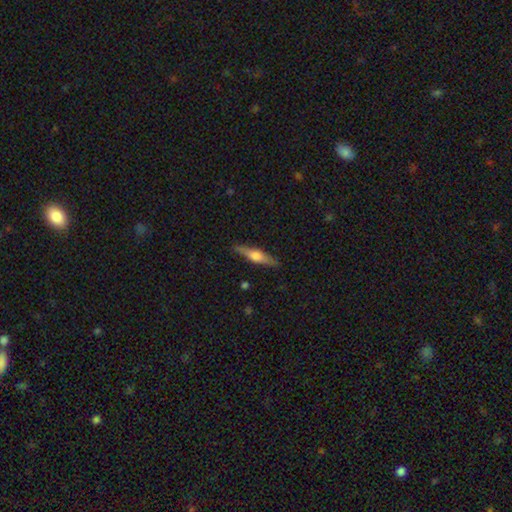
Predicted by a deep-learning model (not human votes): A featured or disk galaxy (54%) viewed edge-on (95%) with a rounded central bulge (86%). Merging: none (88%).